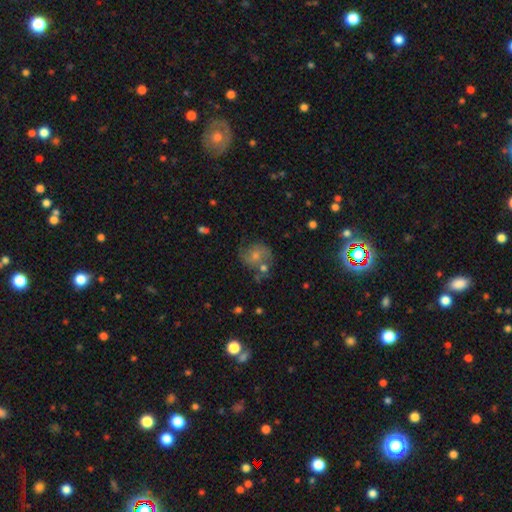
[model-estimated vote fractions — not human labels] Smooth or featured: featured or disk — 43% (smooth — 33%)
Merging: none — 64% (minor disturbance — 16%)